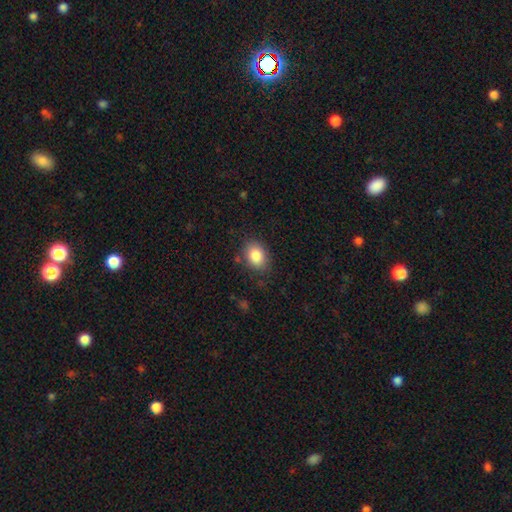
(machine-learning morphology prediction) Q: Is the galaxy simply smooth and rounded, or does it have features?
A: smooth — 86%.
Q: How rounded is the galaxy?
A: in between — 68%.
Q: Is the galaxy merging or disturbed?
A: none — 81%.